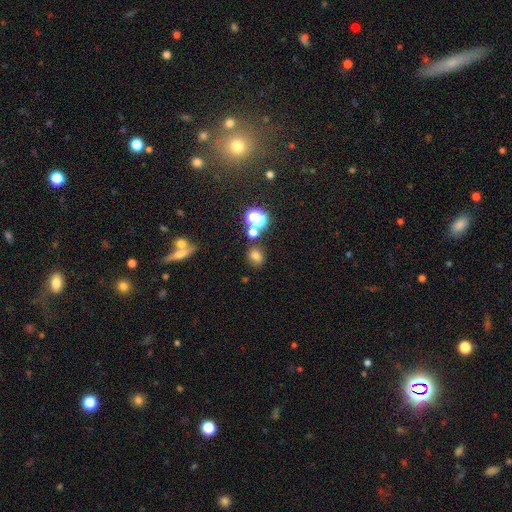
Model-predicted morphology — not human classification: smooth-or-featured: smooth: 73% | star or artifact: 19% | featured or disk: 8%
  how-rounded: round: 58% | in between: 40% | cigar-shaped: 1%
  merging: none: 75% | merger: 11% | minor disturbance: 11% | major disturbance: 4%